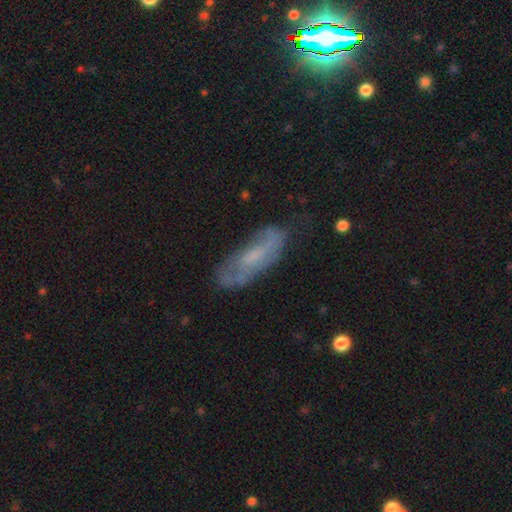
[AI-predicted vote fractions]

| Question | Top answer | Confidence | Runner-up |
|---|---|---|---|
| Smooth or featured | featured or disk | 49% | smooth (41%) |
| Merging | none | 60% | minor disturbance (25%) |